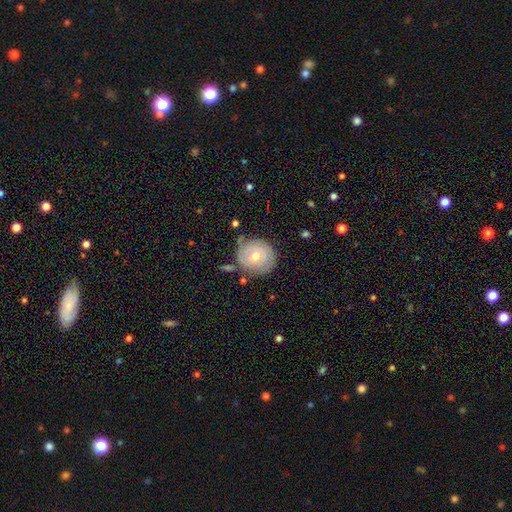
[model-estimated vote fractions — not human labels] The model was most divided on "smooth or featured" (2-way tie): smooth: 46%, featured or disk: 46%, star or artifact: 9%. More confident: merging — none (73%).